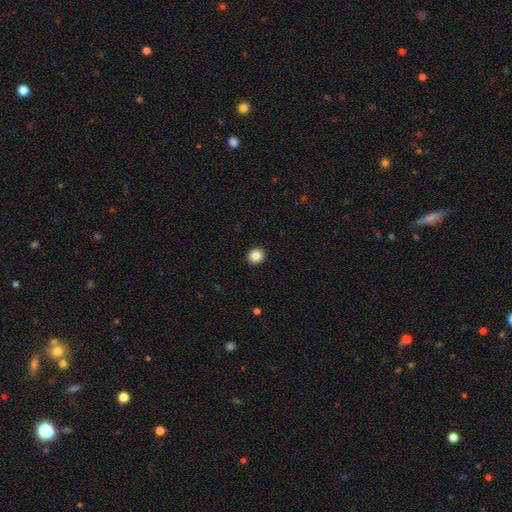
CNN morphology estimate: Smooth or featured?
  - smooth: 85% *
  - star or artifact: 10%
  - featured or disk: 5%
How rounded?
  - round: 91% *
  - in between: 8%
  - cigar-shaped: 1%
Merging?
  - none: 93% *
  - minor disturbance: 4%
  - major disturbance: 1%
  - merger: 1%